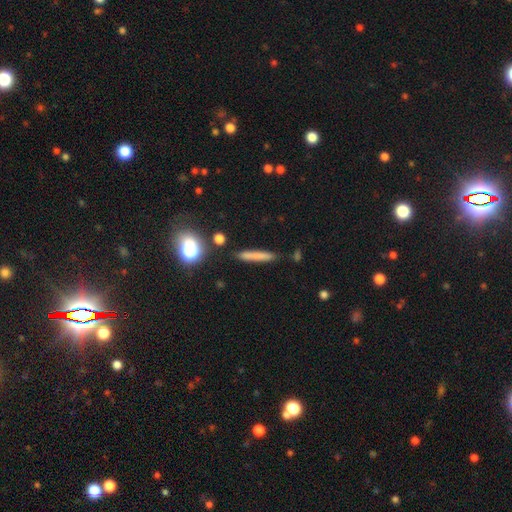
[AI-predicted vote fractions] smooth-or-featured: smooth: 73% | featured or disk: 17% | star or artifact: 10%
  how-rounded: cigar-shaped: 91% | in between: 6% | round: 3%
  merging: none: 86% | minor disturbance: 9% | merger: 3% | major disturbance: 2%